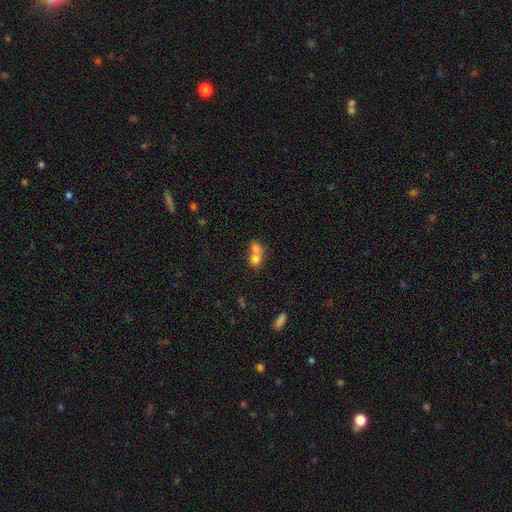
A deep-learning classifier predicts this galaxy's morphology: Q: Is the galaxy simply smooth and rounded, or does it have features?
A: smooth — 72%.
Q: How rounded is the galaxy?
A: round — 57%.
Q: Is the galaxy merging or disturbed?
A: merger — 72%.